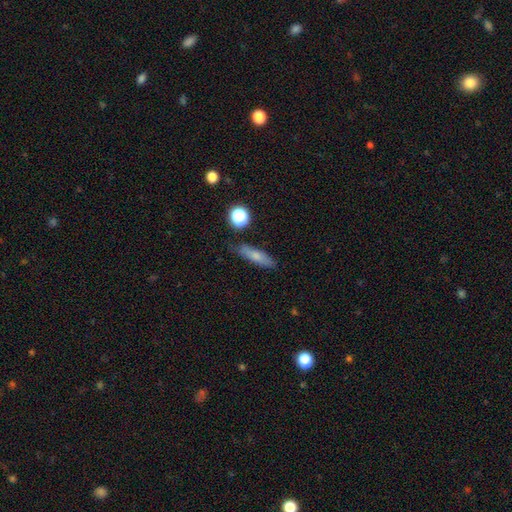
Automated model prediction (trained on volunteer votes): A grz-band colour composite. It shows a smooth galaxy with no disk features (69%) that is cigar-shaped (70%). Merging: none (81%).